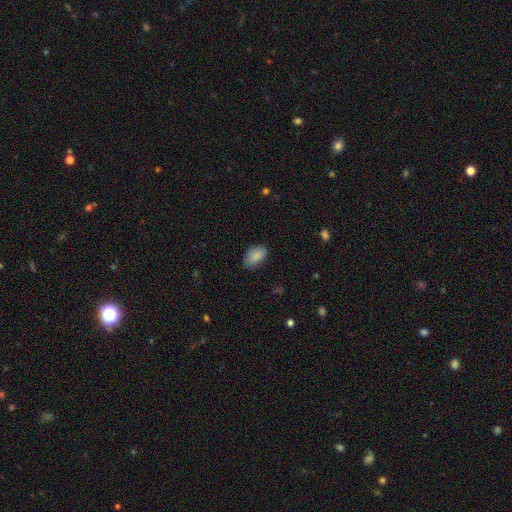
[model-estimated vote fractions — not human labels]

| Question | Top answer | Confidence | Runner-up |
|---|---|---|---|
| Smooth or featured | smooth | 87% | star or artifact (7%) |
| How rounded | in between | 90% | round (9%) |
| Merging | none | 76% | minor disturbance (19%) |